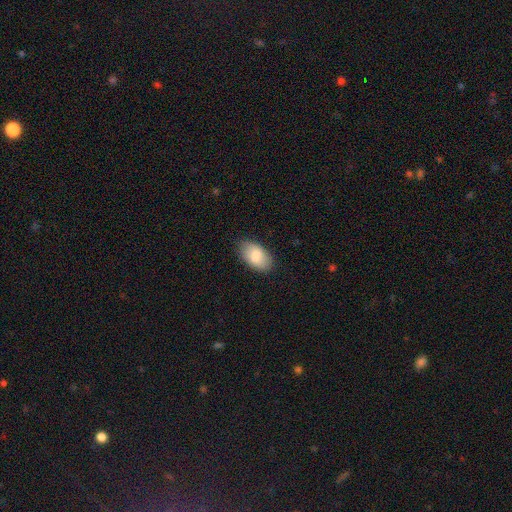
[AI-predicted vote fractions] A smooth galaxy with no disk features (84%) that is in between round and cigar-shaped (94%). Merging: none (85%).